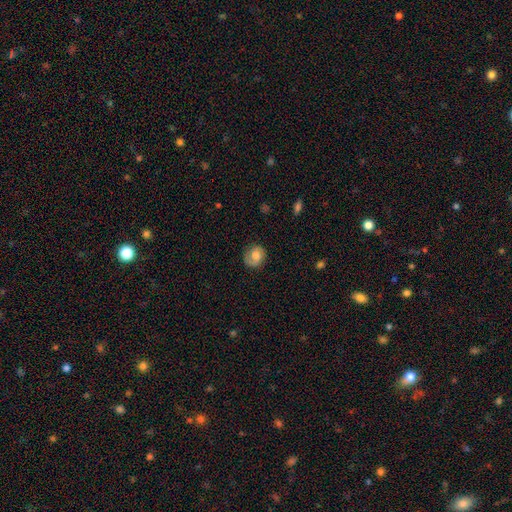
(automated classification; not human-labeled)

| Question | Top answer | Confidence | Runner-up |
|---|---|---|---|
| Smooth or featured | smooth | 54% | featured or disk (38%) |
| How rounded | round | 74% | in between (25%) |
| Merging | none | 72% | minor disturbance (20%) |